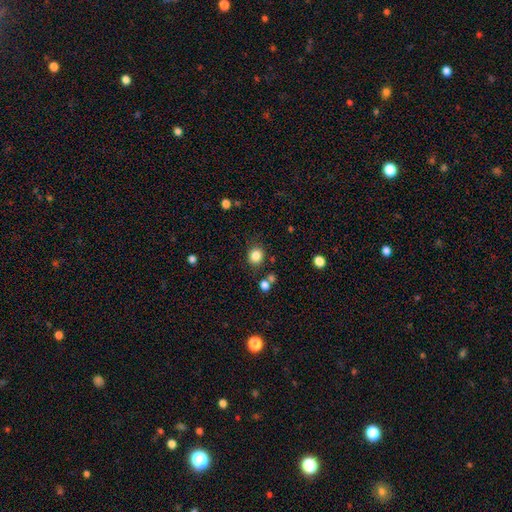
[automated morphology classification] This is clearly a smooth galaxy (84%). How rounded: likely round (80%). Merging: clearly none (82%).